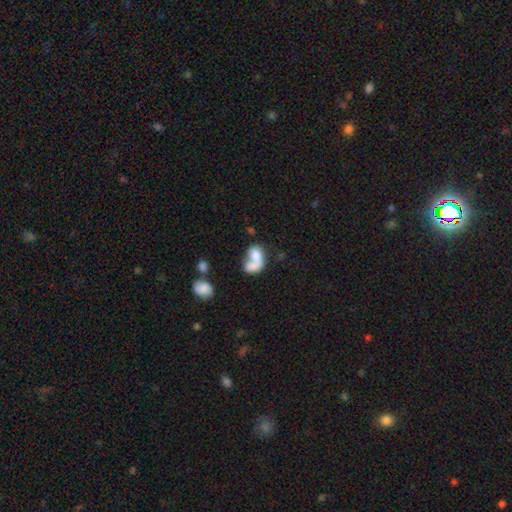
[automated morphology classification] A smooth galaxy with no disk features (66%) that is in between round and cigar-shaped (73%).

Vote fractions:
- Smooth or featured? smooth: 66% / featured or disk: 26% / star or artifact: 8%
- How rounded? in between: 73% / round: 25% / cigar-shaped: 2%
- Merging? merger: 70% / none: 14% / major disturbance: 9% / minor disturbance: 6%